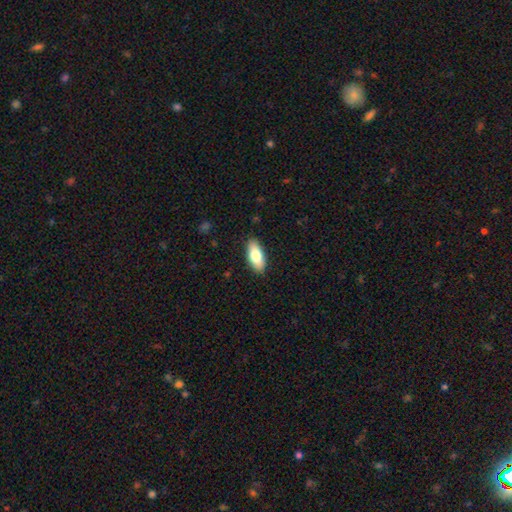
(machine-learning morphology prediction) Smooth or featured: smooth — 79% (featured or disk — 15%)
How rounded: in between — 83% (cigar-shaped — 15%)
Merging: none — 88% (minor disturbance — 9%)